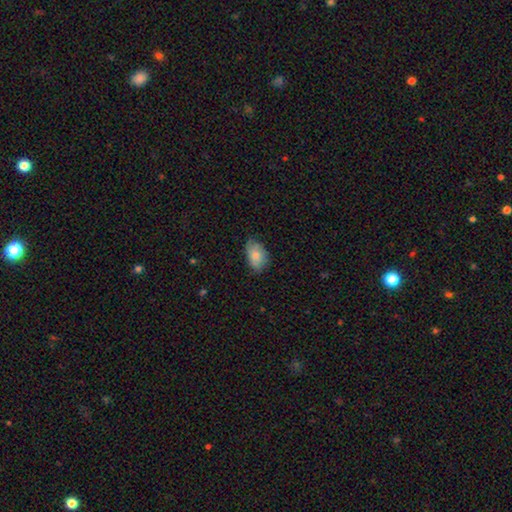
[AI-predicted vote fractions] Smooth or featured?
  - smooth: 78% *
  - featured or disk: 16%
  - star or artifact: 7%
How rounded?
  - in between: 88% *
  - round: 11%
  - cigar-shaped: 1%
Merging?
  - none: 67% *
  - minor disturbance: 28%
  - major disturbance: 5%
  - merger: 1%